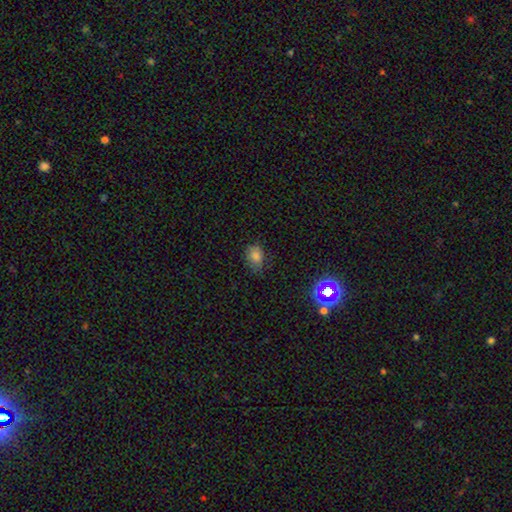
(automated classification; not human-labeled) A smooth galaxy with no disk features (75%) that is in between round and cigar-shaped (64%). Merging: none (70%).